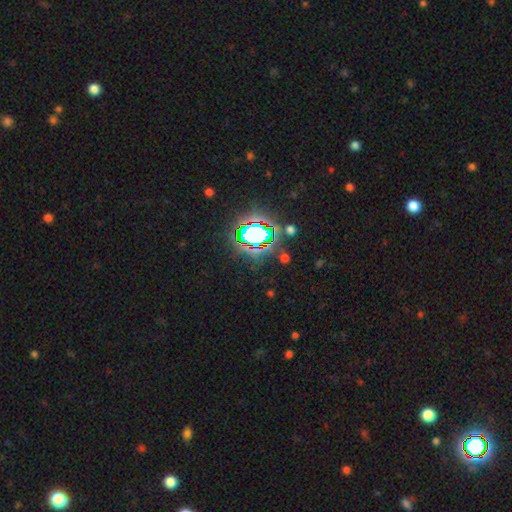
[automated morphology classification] A star or artifact, not a galaxy (83%).